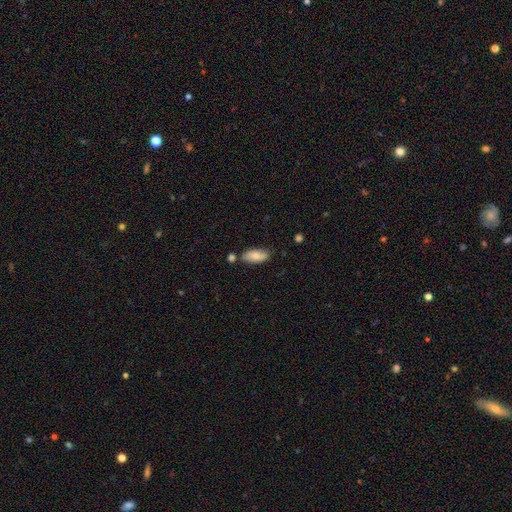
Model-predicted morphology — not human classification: smooth_or_featured: smooth (p=0.77) [alt: featured or disk p=0.17]
how_rounded: in between (p=0.89) [alt: cigar-shaped p=0.08]
merging: none (p=0.74) [alt: minor disturbance p=0.16]